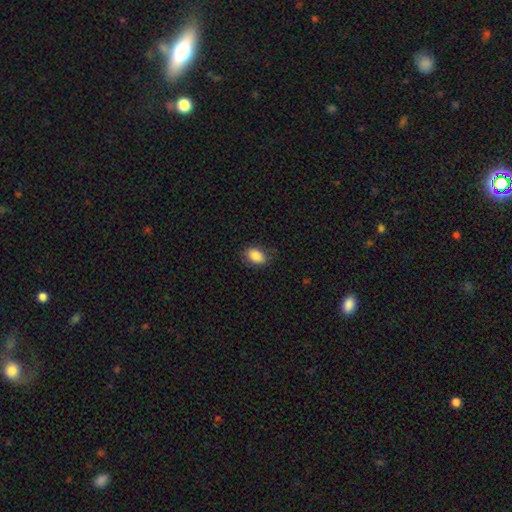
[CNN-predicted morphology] A smooth galaxy with no disk features (87%) that is in between round and cigar-shaped (85%).

Vote fractions:
- Smooth or featured? smooth: 87% / star or artifact: 8% / featured or disk: 5%
- How rounded? in between: 85% / round: 13% / cigar-shaped: 2%
- Merging? none: 82% / minor disturbance: 14% / major disturbance: 3% / merger: 1%